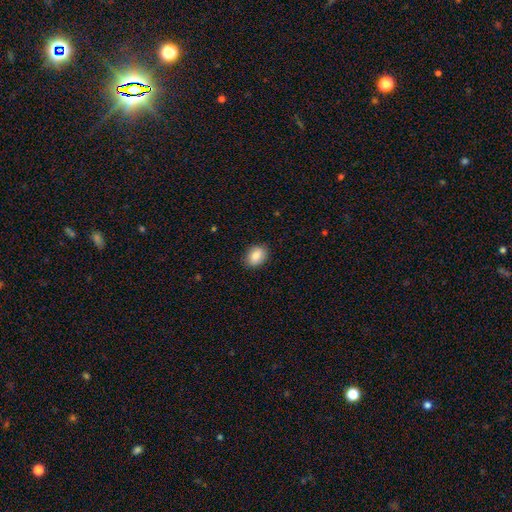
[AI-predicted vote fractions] The model was most divided on "how rounded": in between: 65%, round: 34%, cigar-shaped: 1%. More confident: merging — none (88%); smooth or featured — smooth (83%).